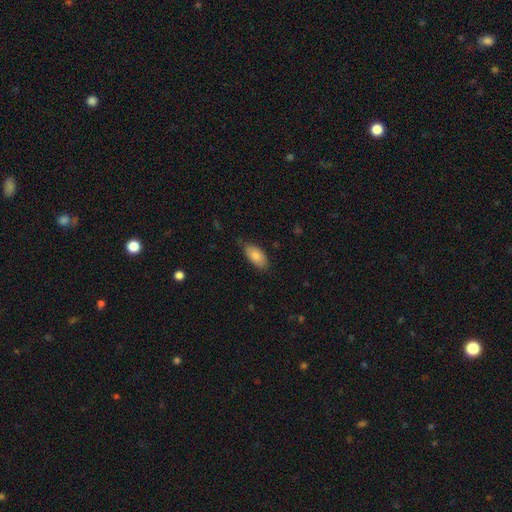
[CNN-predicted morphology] smooth 82%, featured or disk 11%, star or artifact 6%. Down the decision tree: how rounded — in between (92%); merging — none (78%).